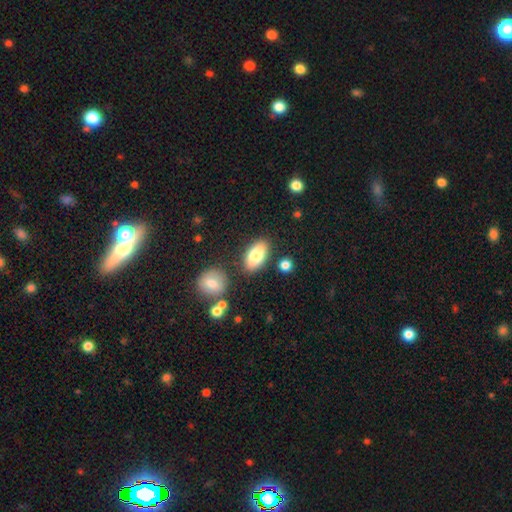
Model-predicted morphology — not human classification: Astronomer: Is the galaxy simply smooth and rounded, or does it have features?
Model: smooth — 80%.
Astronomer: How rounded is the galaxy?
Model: in between — 91%.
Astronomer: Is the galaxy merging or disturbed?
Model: none — 82%.